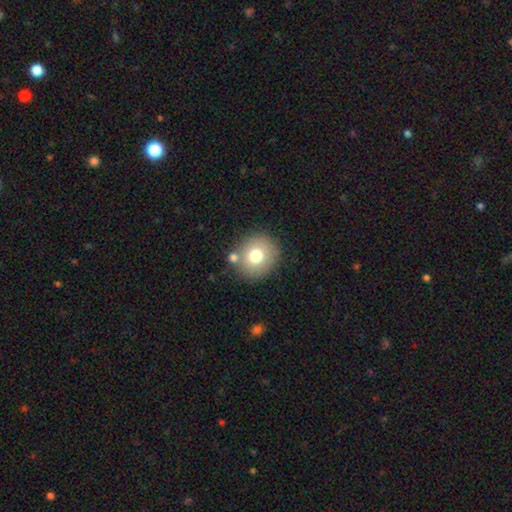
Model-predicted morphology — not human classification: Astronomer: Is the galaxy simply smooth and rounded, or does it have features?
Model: smooth — 73%.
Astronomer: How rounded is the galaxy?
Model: round — 87%.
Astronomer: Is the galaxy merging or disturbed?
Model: none — 77%.